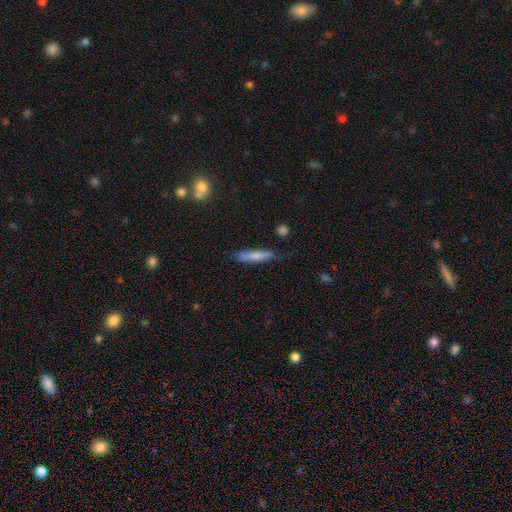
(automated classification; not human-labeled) Morphology: type=smooth (70%); roundness=cigar-shaped (87%); merging=none (69%).